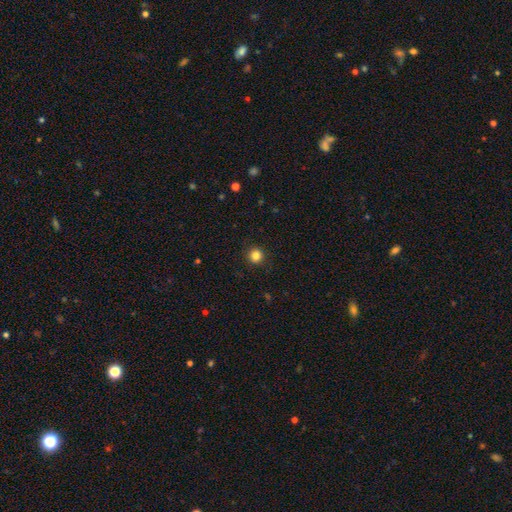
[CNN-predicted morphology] Smooth or featured? Predicted: smooth (p=0.84). How rounded? Predicted: round (p=0.94). Merging? Predicted: none (p=0.92).